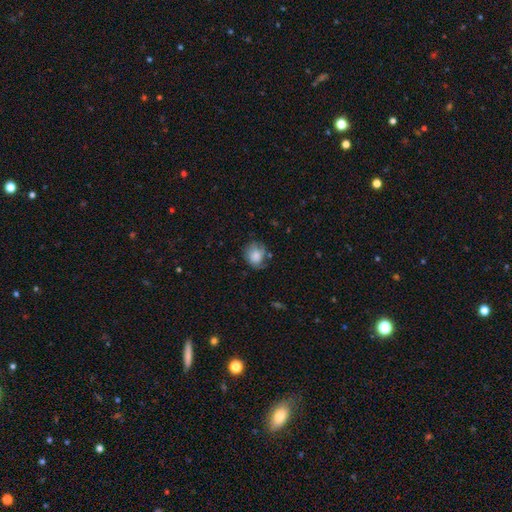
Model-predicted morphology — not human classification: Overall: smooth (68%). How rounded: round (67%; in between 32%). Merging: none (58%; minor disturbance 28%).